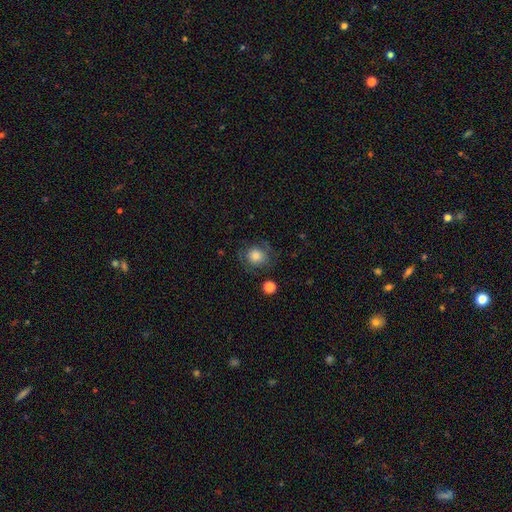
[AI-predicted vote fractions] smooth_or_featured: smooth (p=0.77) [alt: featured or disk p=0.13]
how_rounded: round (p=0.81) [alt: in between p=0.18]
merging: none (p=0.71) [alt: minor disturbance p=0.18]